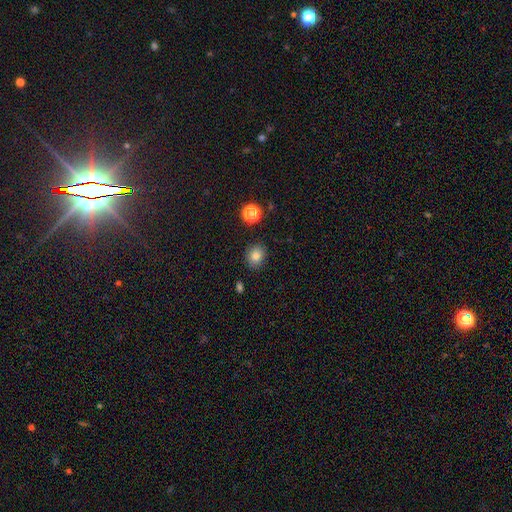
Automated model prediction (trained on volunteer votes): This appears to be a smooth galaxy with no disk features (82%) that is round (66%). Merging: none (88%).